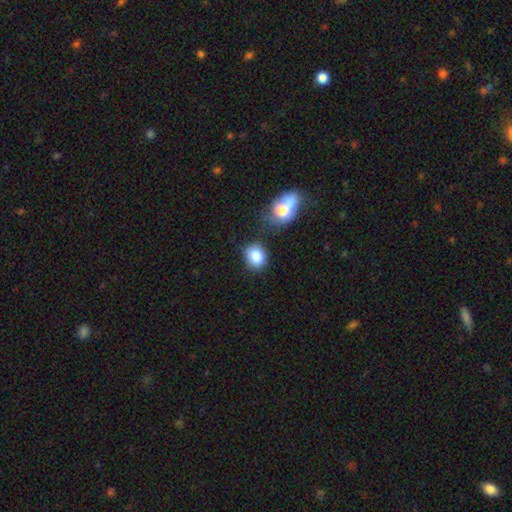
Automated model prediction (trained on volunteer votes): A smooth galaxy with no disk features (85%) that is round (59%). Merging: none (73%).